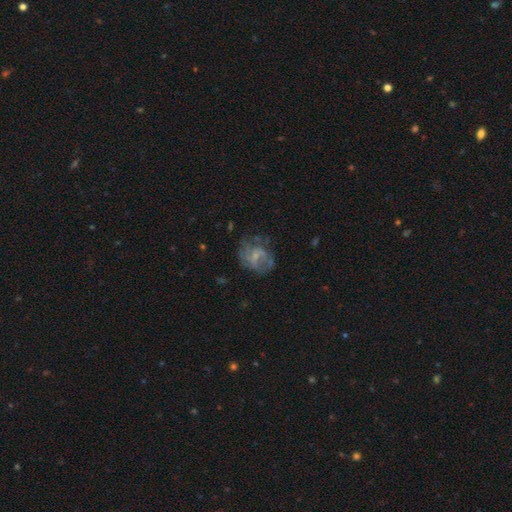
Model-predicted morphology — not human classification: featured or disk 66%, smooth 25%, star or artifact 9%. Down the decision tree: edge-on disk — no (98%); bar — no (52%); spiral arms — yes (72%); bulge size — small (61%); merging — none (53%).